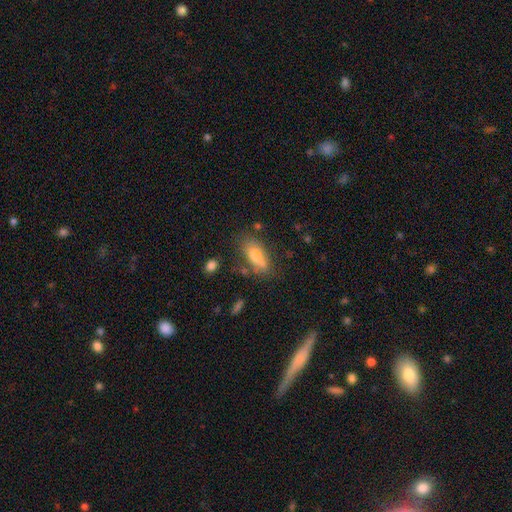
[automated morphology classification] smooth_or_featured: smooth (p=0.72) [alt: featured or disk p=0.20]
how_rounded: in between (p=0.80) [alt: cigar-shaped p=0.16]
merging: none (p=0.61) [alt: minor disturbance p=0.22]